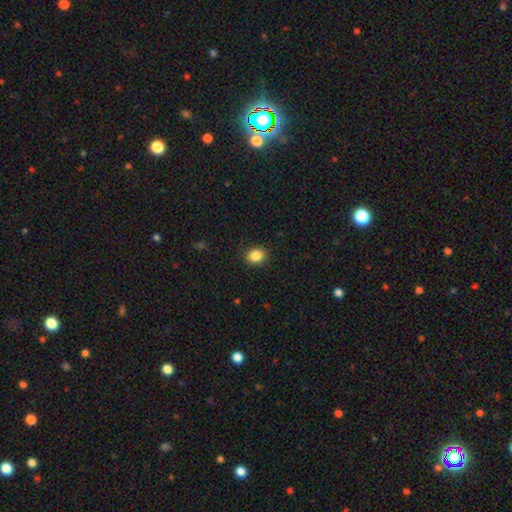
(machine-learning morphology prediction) smooth 86%, star or artifact 10%, featured or disk 4%. Down the decision tree: how rounded — round (60%); merging — none (88%).